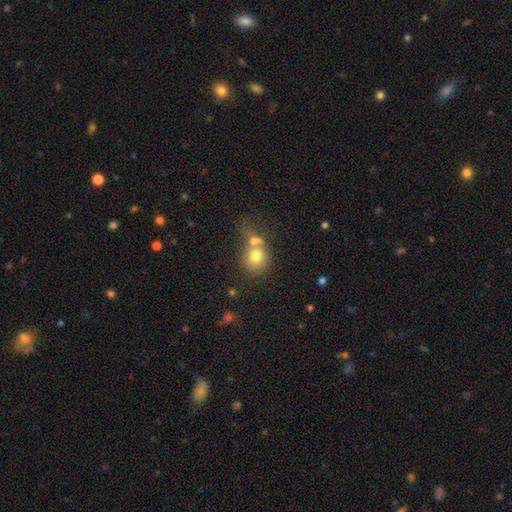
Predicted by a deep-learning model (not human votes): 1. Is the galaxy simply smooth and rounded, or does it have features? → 74% smooth, 16% featured or disk, 10% star or artifact.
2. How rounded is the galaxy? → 71% round, 28% in between, 1% cigar-shaped.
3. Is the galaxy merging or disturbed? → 54% merger, 29% none, 10% minor disturbance, 7% major disturbance.